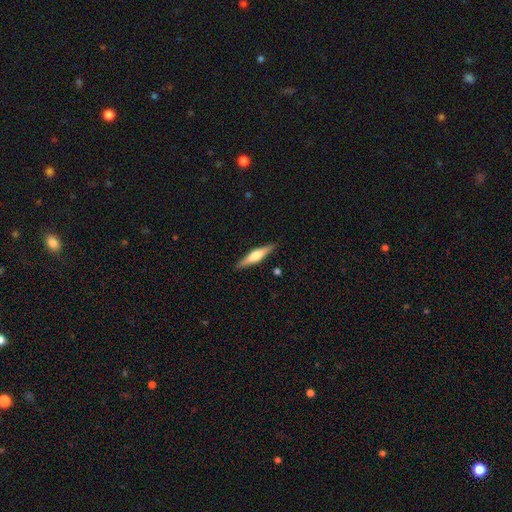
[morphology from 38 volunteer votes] This is likely a featured or disk galaxy (68%). It is clearly viewed edge-on (96%). Edge-on bulge: clearly rounded (88%). Merging: clearly none (97%).